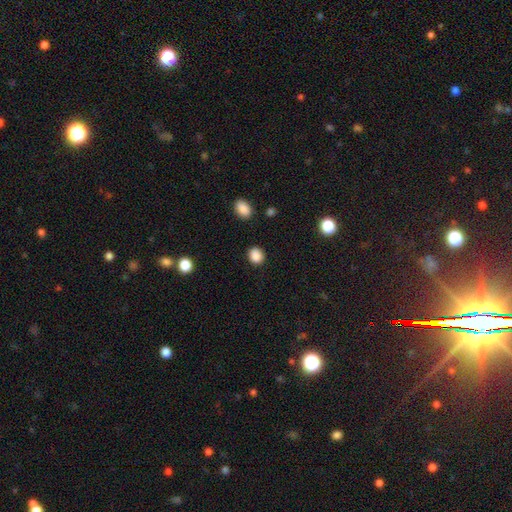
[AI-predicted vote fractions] smooth_or_featured: smooth (p=0.88) [alt: star or artifact p=0.09]
how_rounded: round (p=0.75) [alt: in between p=0.24]
merging: none (p=0.88) [alt: minor disturbance p=0.08]